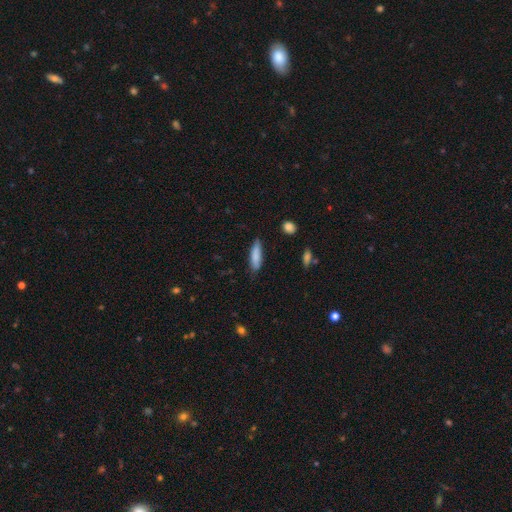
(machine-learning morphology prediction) smooth_or_featured: smooth (p=0.84) [alt: featured or disk p=0.10]
how_rounded: cigar-shaped (p=0.63) [alt: in between p=0.35]
merging: none (p=0.79) [alt: minor disturbance p=0.16]